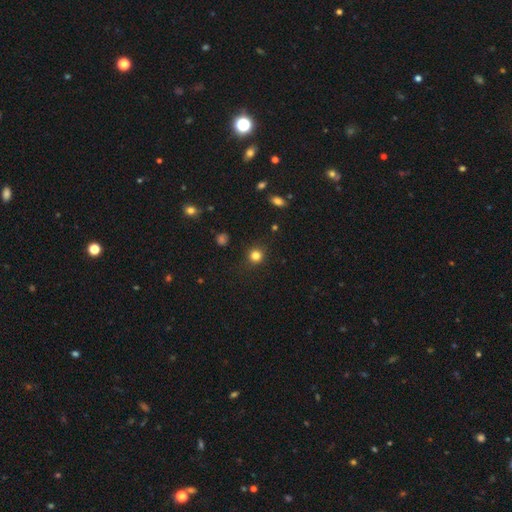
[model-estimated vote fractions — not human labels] This appears to be a smooth galaxy with no disk features (81%) that is round (89%). Merging: none (87%).